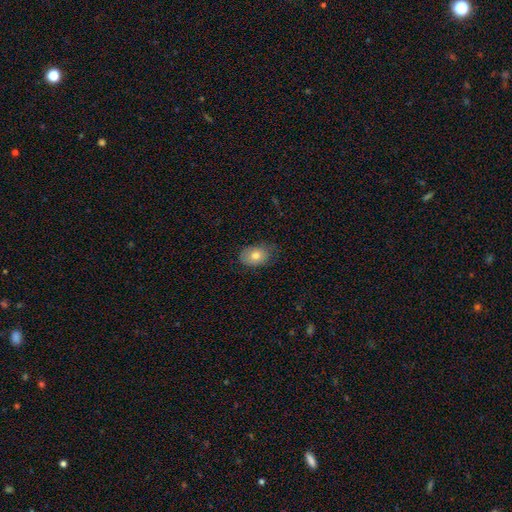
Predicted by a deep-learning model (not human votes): Morphology: type=smooth (76%); roundness=in between (81%); merging=none (68%).